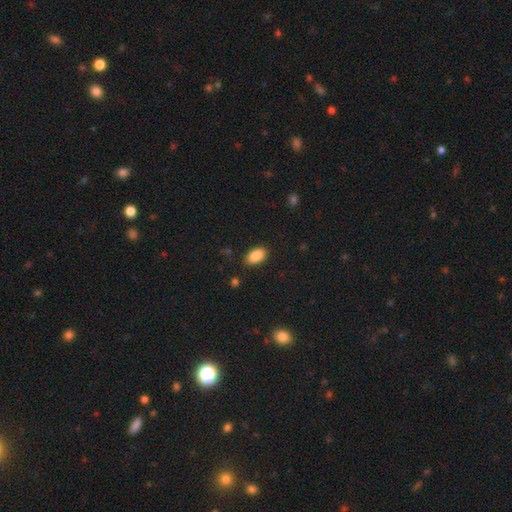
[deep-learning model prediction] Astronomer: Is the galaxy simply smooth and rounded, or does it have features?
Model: smooth — 86%.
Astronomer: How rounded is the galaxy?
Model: in between — 92%.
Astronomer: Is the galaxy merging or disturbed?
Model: none — 84%.